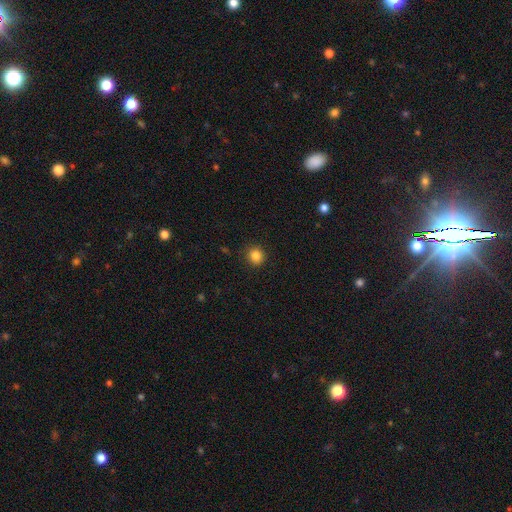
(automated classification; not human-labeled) smooth 85%, star or artifact 11%, featured or disk 4%. Down the decision tree: how rounded — round (90%); merging — none (90%).